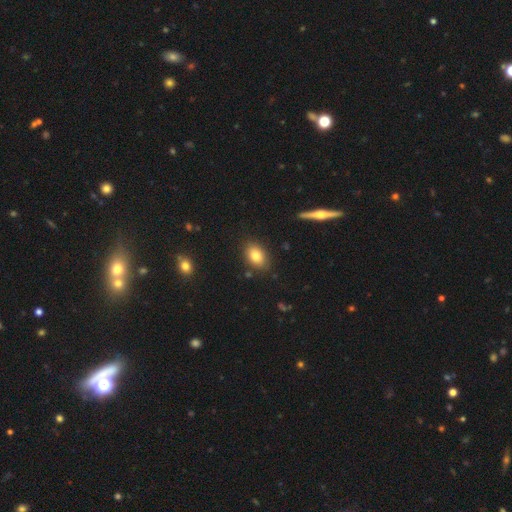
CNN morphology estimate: This is clearly a smooth galaxy (81%). How rounded: clearly in between (83%). Merging: clearly none (86%).